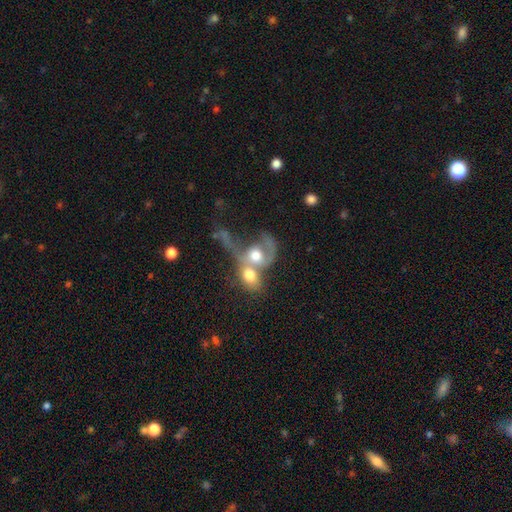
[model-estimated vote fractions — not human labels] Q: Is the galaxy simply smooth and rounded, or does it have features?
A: smooth — 48%.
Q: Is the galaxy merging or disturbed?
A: merger — 76%.